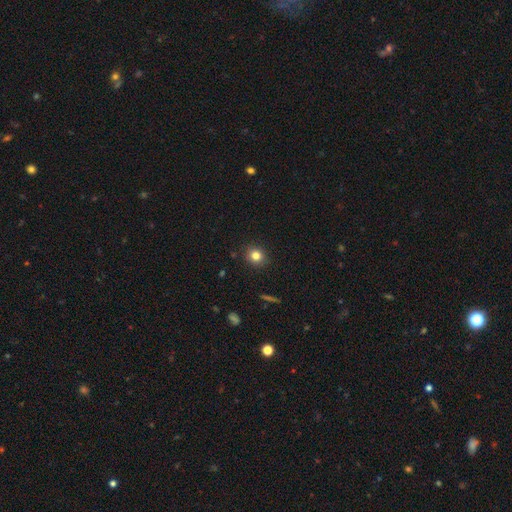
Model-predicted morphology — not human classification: A smooth galaxy with no disk features (81%) that is round (83%).

Vote fractions:
- Smooth or featured? smooth: 81% / star or artifact: 12% / featured or disk: 7%
- How rounded? round: 83% / in between: 16% / cigar-shaped: 1%
- Merging? none: 90% / minor disturbance: 7% / major disturbance: 2% / merger: 1%